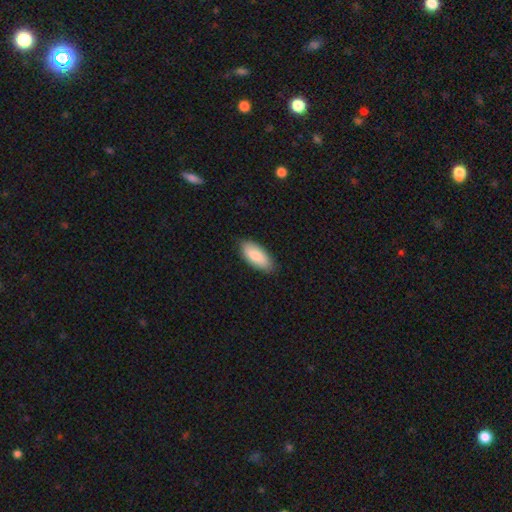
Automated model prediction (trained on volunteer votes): Morphology: type=smooth (83%); roundness=in between (87%); merging=none (86%).